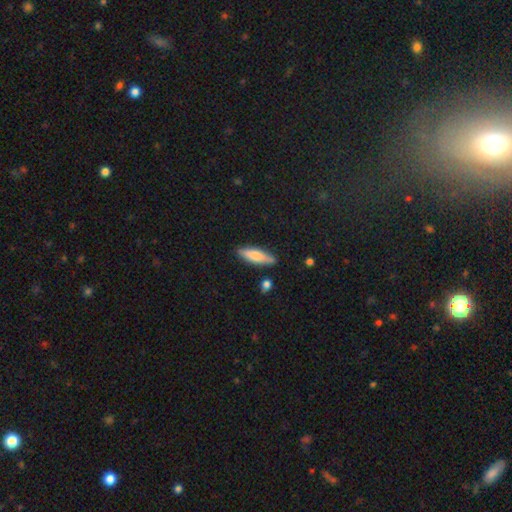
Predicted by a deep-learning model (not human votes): Smooth or featured?
  - smooth: 71% *
  - featured or disk: 23%
  - star or artifact: 6%
How rounded?
  - cigar-shaped: 65% *
  - in between: 34%
  - round: 2%
Merging?
  - none: 84% *
  - minor disturbance: 11%
  - merger: 3%
  - major disturbance: 2%